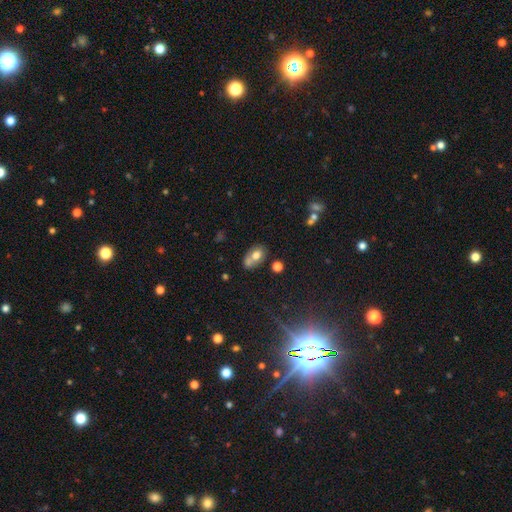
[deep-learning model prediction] smooth-or-featured: smooth: 68% | featured or disk: 21% | star or artifact: 11%
  how-rounded: in between: 69% | round: 29% | cigar-shaped: 2%
  merging: merger: 47% | none: 34% | minor disturbance: 13% | major disturbance: 6%